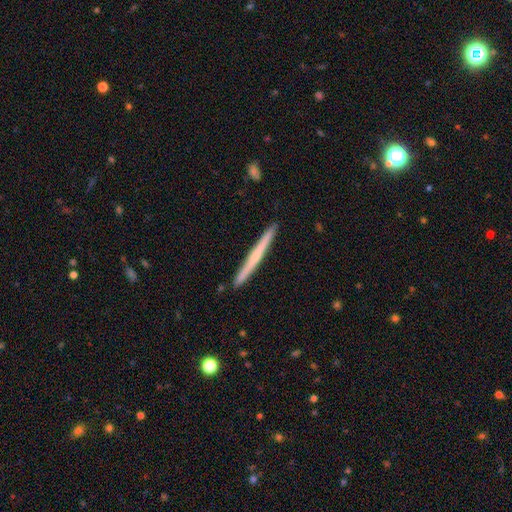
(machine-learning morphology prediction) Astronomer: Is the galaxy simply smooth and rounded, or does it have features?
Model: featured or disk — 51% (runner-up: smooth, 44%).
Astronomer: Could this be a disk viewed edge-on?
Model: yes — 98%.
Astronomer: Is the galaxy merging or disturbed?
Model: none — 92%.